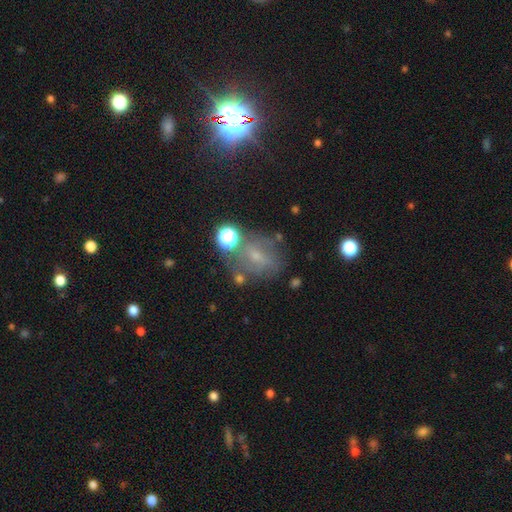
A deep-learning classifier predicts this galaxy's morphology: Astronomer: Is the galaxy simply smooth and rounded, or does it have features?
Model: smooth — 38% (runner-up: featured or disk, 36%).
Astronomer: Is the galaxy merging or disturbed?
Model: none — 55%.